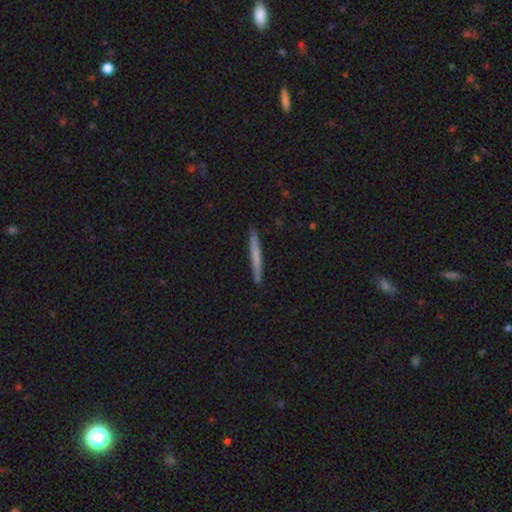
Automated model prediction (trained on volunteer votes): Overall: smooth (62%; featured or disk 32%). How rounded: cigar-shaped (97%). Merging: none (91%).